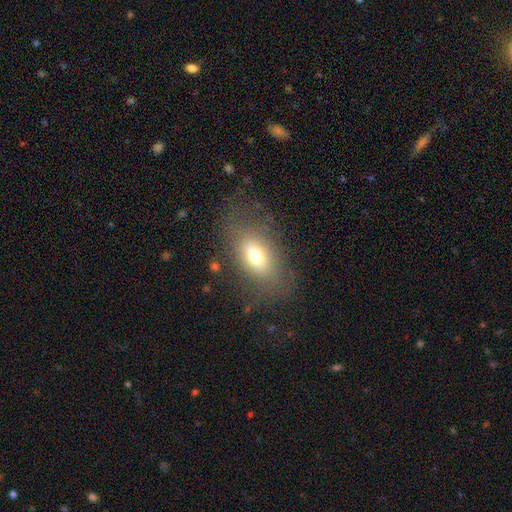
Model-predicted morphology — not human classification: smooth-or-featured: smooth: 68% | featured or disk: 20% | star or artifact: 11%
  how-rounded: in between: 83% | round: 12% | cigar-shaped: 4%
  merging: none: 72% | minor disturbance: 15% | major disturbance: 11% | merger: 2%